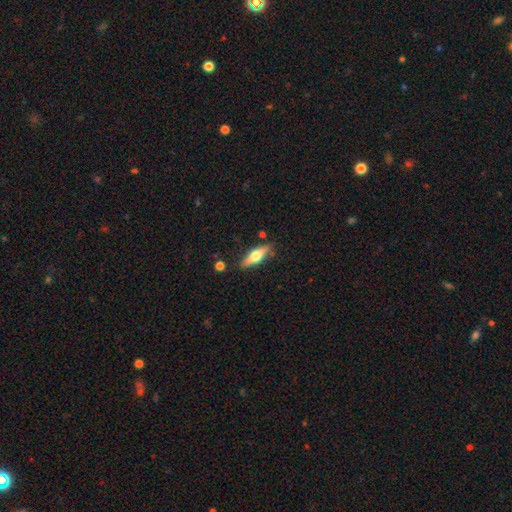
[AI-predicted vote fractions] Morphology: type=featured or disk (48%); merging=none (83%).